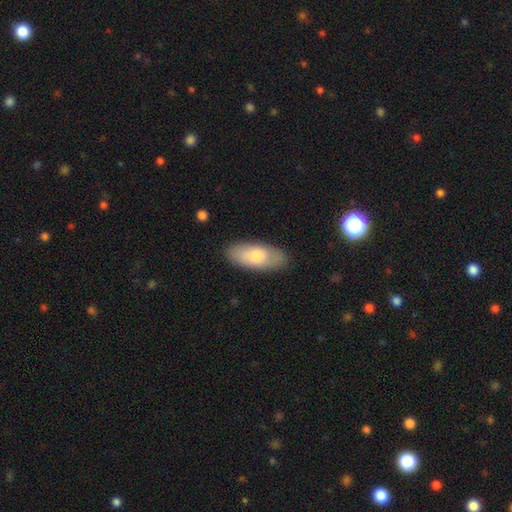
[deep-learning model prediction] The model was most divided on "smooth or featured": smooth: 74%, featured or disk: 20%, star or artifact: 6%. More confident: merging — none (86%); how rounded — in between (84%).